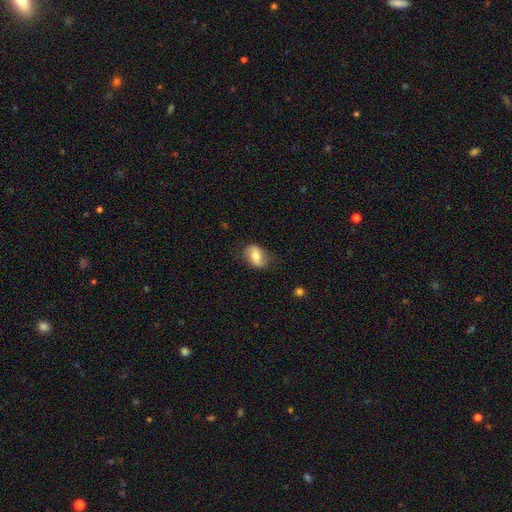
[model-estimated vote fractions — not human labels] smooth 59%, featured or disk 33%, star or artifact 8%. Down the decision tree: how rounded — in between (79%); merging — none (72%).